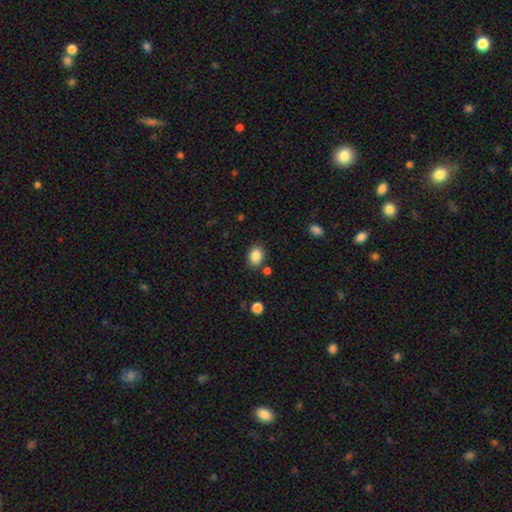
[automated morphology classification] Smooth or featured: smooth — 86% (star or artifact — 9%)
How rounded: in between — 60% (round — 39%)
Merging: none — 80% (minor disturbance — 12%)